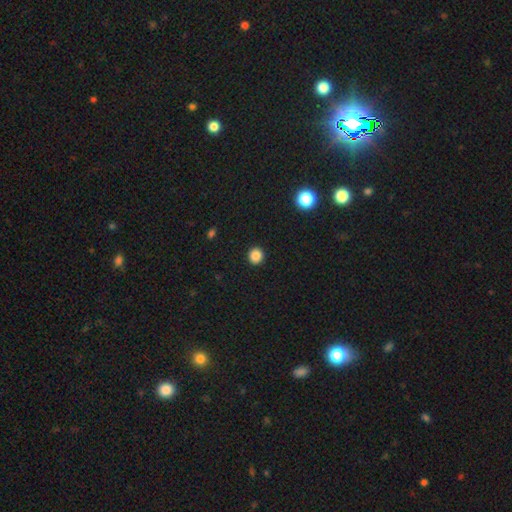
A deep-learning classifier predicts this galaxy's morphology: smooth_or_featured: smooth (p=0.86) [alt: star or artifact p=0.11]
how_rounded: round (p=0.90) [alt: in between p=0.09]
merging: none (p=0.93) [alt: minor disturbance p=0.05]